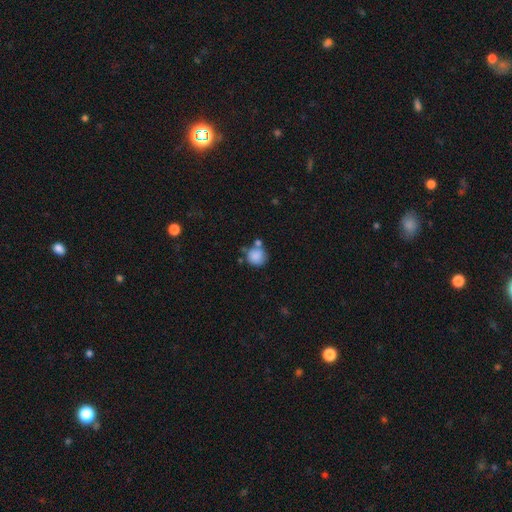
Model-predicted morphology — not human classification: The model was most divided on "merging": none: 58%, merger: 22%, minor disturbance: 15%, major disturbance: 5%. More confident: how rounded — round (89%); smooth or featured — smooth (85%).